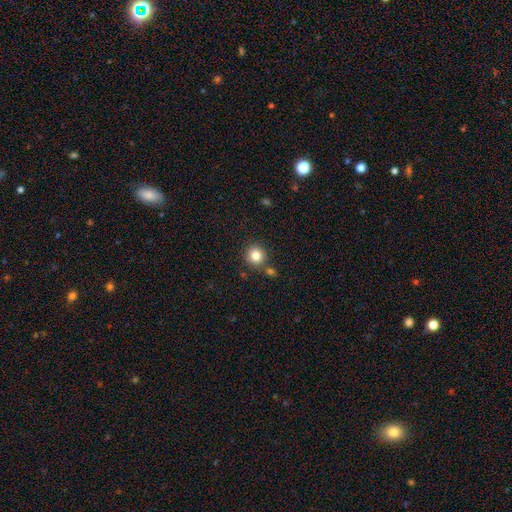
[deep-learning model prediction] The model was most divided on "merging": none: 80%, merger: 10%, minor disturbance: 8%, major disturbance: 3%. More confident: how rounded — round (91%); smooth or featured — smooth (83%).